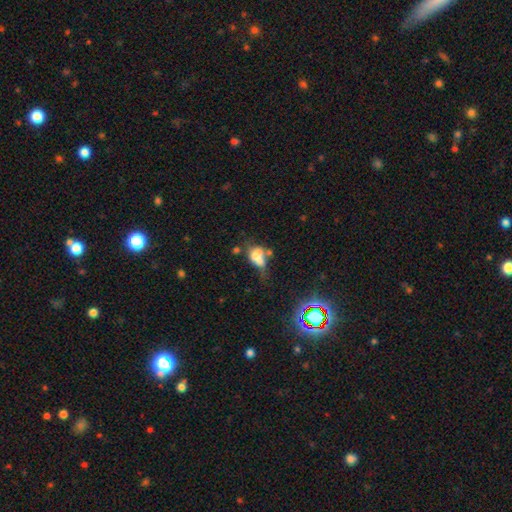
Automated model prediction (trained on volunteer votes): A smooth galaxy with no disk features (52%) that is in between round and cigar-shaped (77%). Merging: merger (43%).